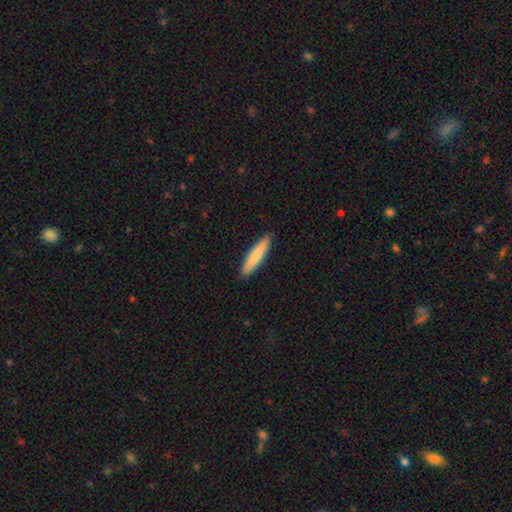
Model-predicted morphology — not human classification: This is clearly a smooth galaxy (83%). How rounded: clearly cigar-shaped (87%). Merging: clearly none (91%).